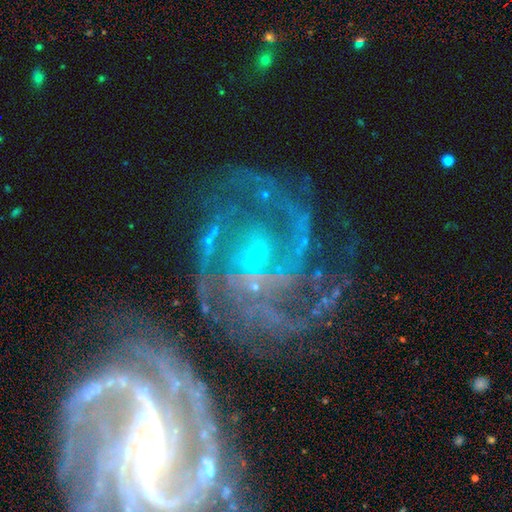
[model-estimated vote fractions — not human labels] Smooth or featured? featured or disk (88%)
Edge-on disk? no (97%)
Bar? weak (40%)
Spiral arms? yes (96%)
Spiral winding? tight (45%)
Spiral arm count? 3 (28%)
Bulge size? small (57%)
Merging? none (50%)